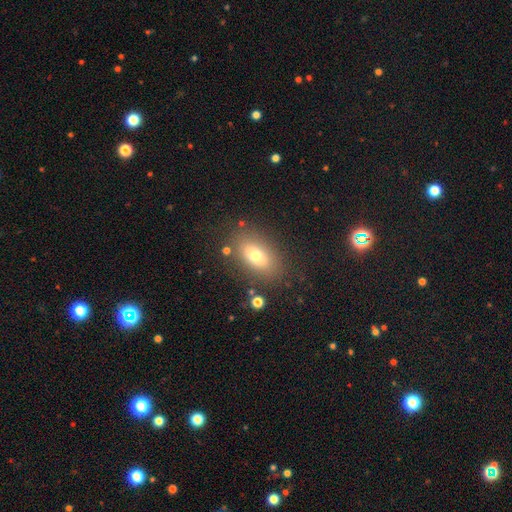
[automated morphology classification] A smooth galaxy with no disk features (71%) that is in between round and cigar-shaped (86%).

Vote fractions:
- Smooth or featured? smooth: 71% / featured or disk: 18% / star or artifact: 11%
- How rounded? in between: 86% / round: 9% / cigar-shaped: 5%
- Merging? none: 81% / minor disturbance: 11% / major disturbance: 5% / merger: 3%